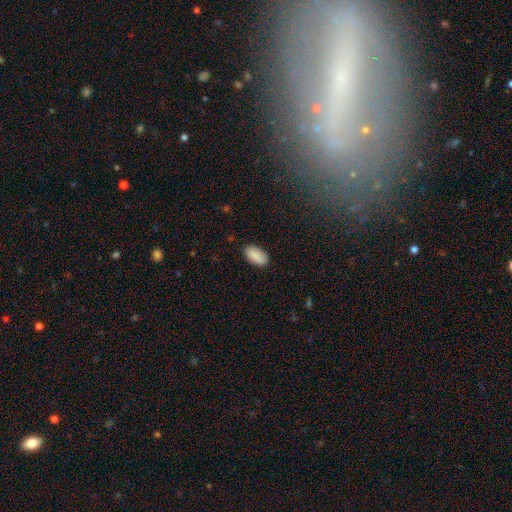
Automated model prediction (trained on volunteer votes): This appears to be a smooth galaxy with no disk features (89%) that is in between round and cigar-shaped (94%). Merging: none (86%).